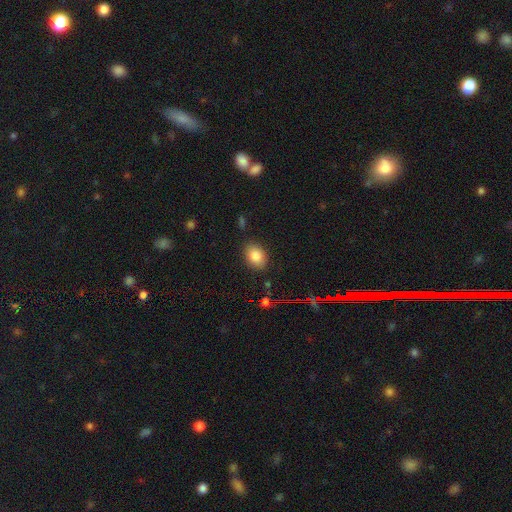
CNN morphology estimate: Overall: smooth (82%). How rounded: in between (73%). Merging: none (85%).